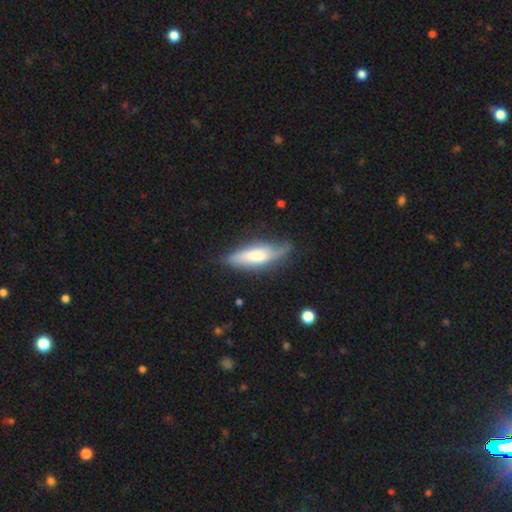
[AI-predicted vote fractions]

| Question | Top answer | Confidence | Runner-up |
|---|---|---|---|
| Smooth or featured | smooth | 55% | featured or disk (39%) |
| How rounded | cigar-shaped | 50% | in between (48%) |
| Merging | none | 57% | minor disturbance (30%) |